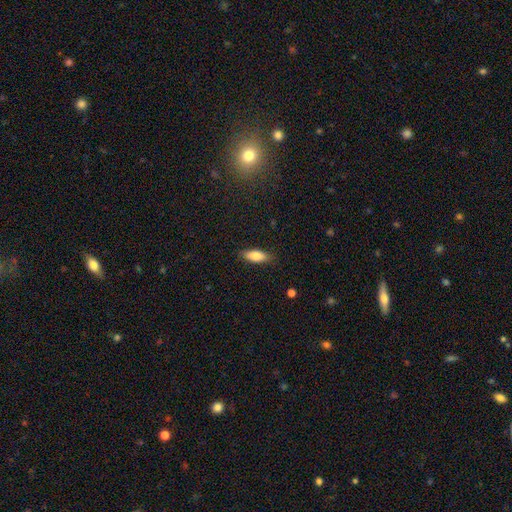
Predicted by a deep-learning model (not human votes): Morphology: type=smooth (82%); roundness=in between (73%); merging=none (85%).